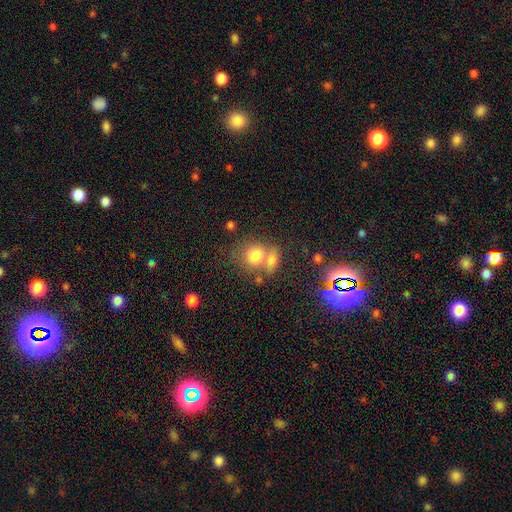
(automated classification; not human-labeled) The model was most divided on "merging": merger: 48%, none: 37%, minor disturbance: 10%, major disturbance: 5%. More confident: smooth or featured — smooth (77%); how rounded — round (69%).